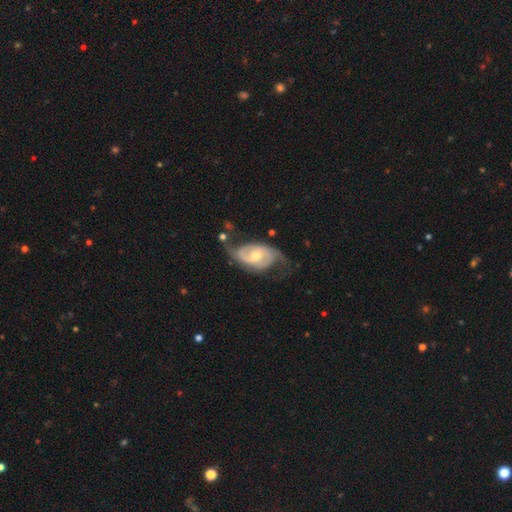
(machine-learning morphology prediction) Overall: featured or disk (83%). Edge-on disk: no (96%). Bar: no (55%; weak 36%). Spiral arms: yes (94%). Spiral arm count: 2 (84%). Spiral winding: medium (43%; loose 29%). Bulge size: moderate (65%; small 29%). Merging: none (53%; minor disturbance 26%).